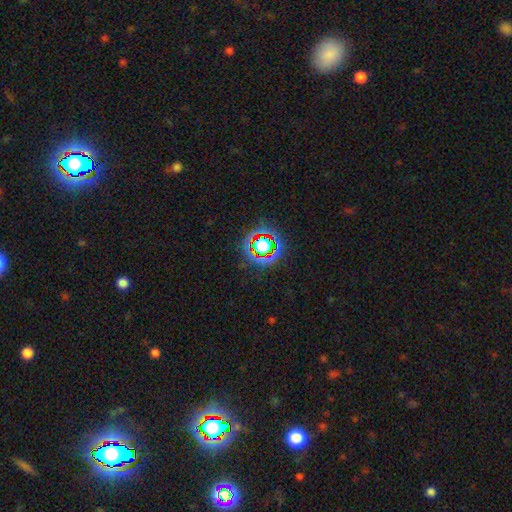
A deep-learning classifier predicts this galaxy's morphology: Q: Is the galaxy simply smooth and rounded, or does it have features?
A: star or artifact — 78%.